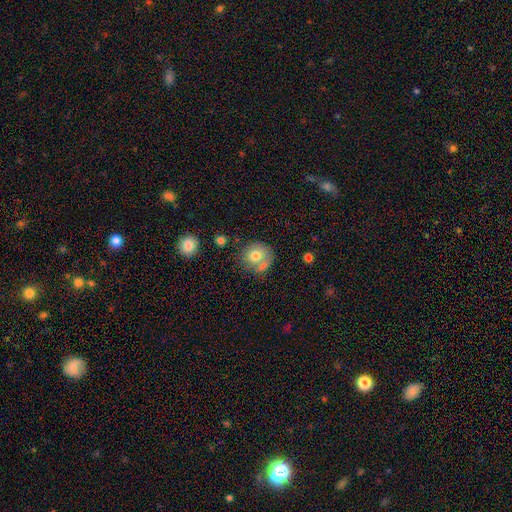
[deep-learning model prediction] This appears to be a smooth galaxy with no disk features (73%) that is round (78%). Merging: none (50%).